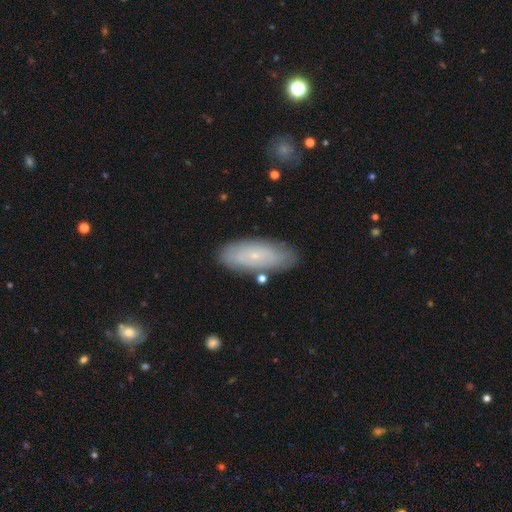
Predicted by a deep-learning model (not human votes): This appears to be a smooth galaxy with no disk features (52%) that is in between round and cigar-shaped (71%). Merging: none (83%).